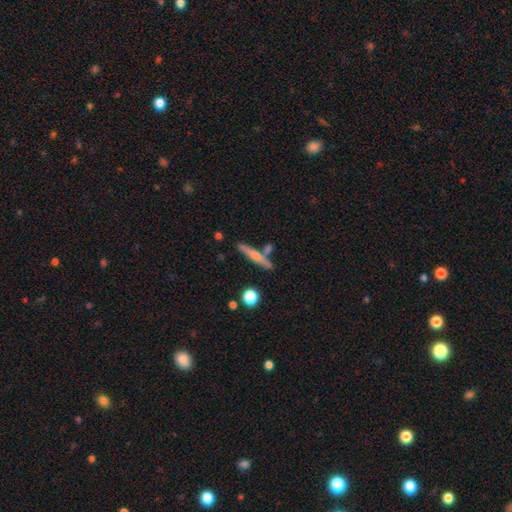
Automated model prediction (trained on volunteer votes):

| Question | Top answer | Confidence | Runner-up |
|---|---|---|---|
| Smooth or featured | smooth | 50% | featured or disk (43%) |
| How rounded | cigar-shaped | 90% | in between (7%) |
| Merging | none | 75% | merger (11%) |